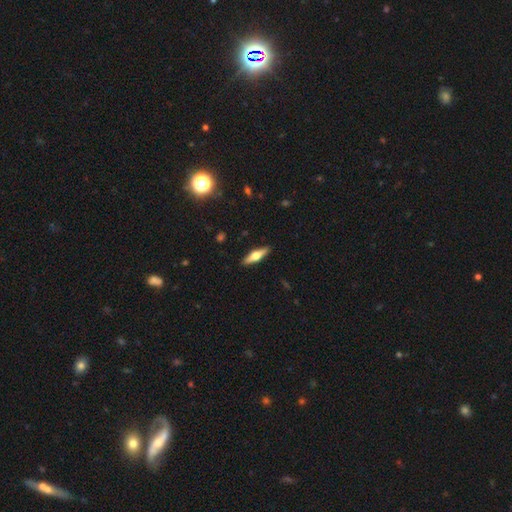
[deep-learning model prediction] Morphology: type=featured or disk (54%); edge-on=yes (94%); edge-on bulge=rounded (94%); merging=none (91%).